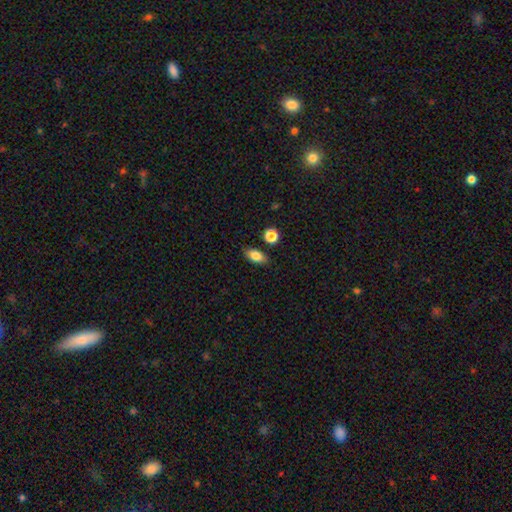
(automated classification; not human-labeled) Overall: smooth (82%). How rounded: in between (86%). Merging: none (82%).